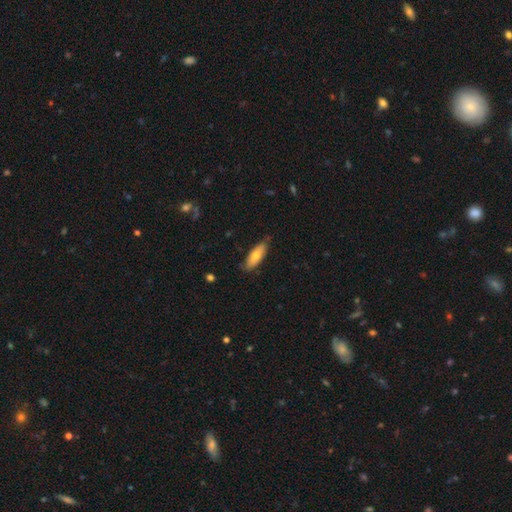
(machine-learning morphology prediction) Smooth or featured: smooth — 69% (featured or disk — 26%)
How rounded: in between — 61% (cigar-shaped — 37%)
Merging: none — 78% (minor disturbance — 19%)